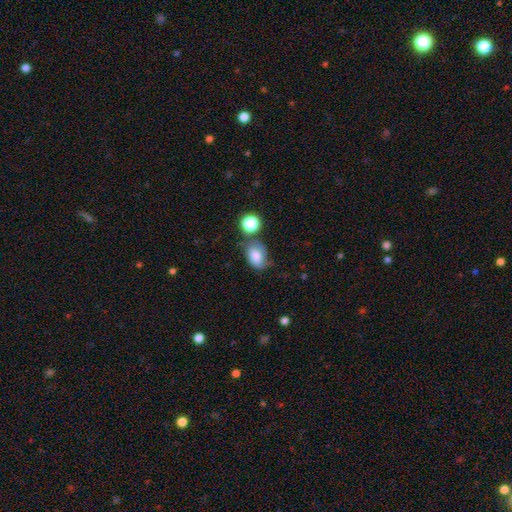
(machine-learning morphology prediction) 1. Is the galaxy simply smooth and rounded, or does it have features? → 76% smooth, 14% featured or disk, 10% star or artifact.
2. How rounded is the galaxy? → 76% in between, 22% round, 1% cigar-shaped.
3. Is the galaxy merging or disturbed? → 49% none, 26% minor disturbance, 15% merger, 10% major disturbance.